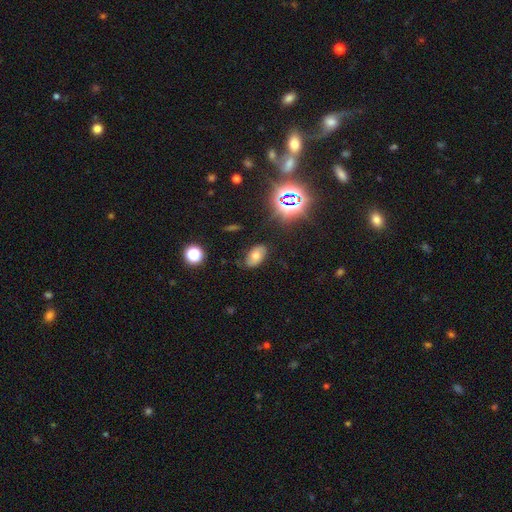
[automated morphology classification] Smooth or featured? Predicted: smooth (p=0.57). How rounded? Predicted: in between (p=0.91). Merging? Predicted: none (p=0.78).